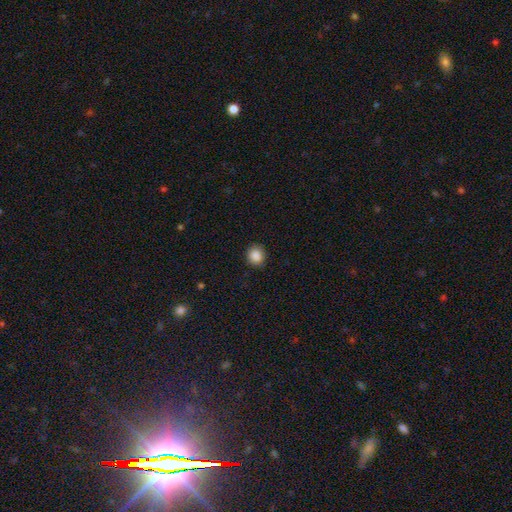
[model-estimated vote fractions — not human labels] Smooth or featured?
  - smooth: 88% *
  - star or artifact: 9%
  - featured or disk: 3%
How rounded?
  - round: 83% *
  - in between: 16%
  - cigar-shaped: 1%
Merging?
  - none: 87% *
  - minor disturbance: 9%
  - major disturbance: 2%
  - merger: 1%